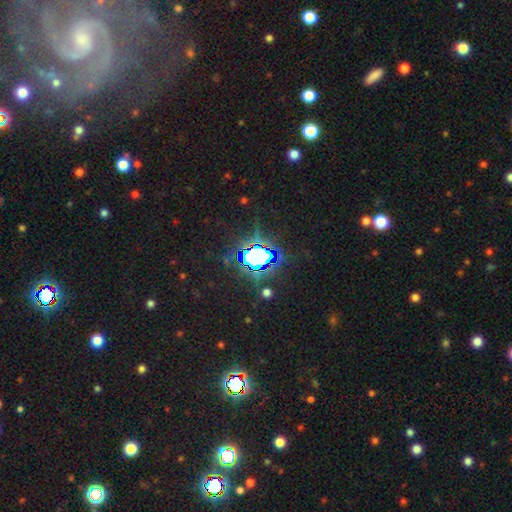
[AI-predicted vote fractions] Smooth or featured: star or artifact — 74% (smooth — 16%)